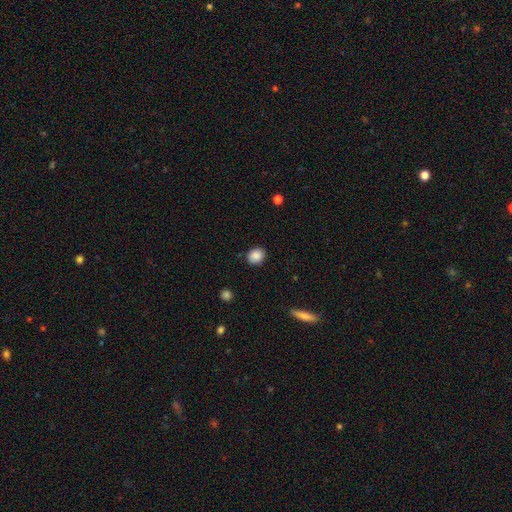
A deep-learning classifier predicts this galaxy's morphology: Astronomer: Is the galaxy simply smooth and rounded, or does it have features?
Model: smooth — 87%.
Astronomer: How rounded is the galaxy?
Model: round — 67%.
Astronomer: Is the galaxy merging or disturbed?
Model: none — 85%.